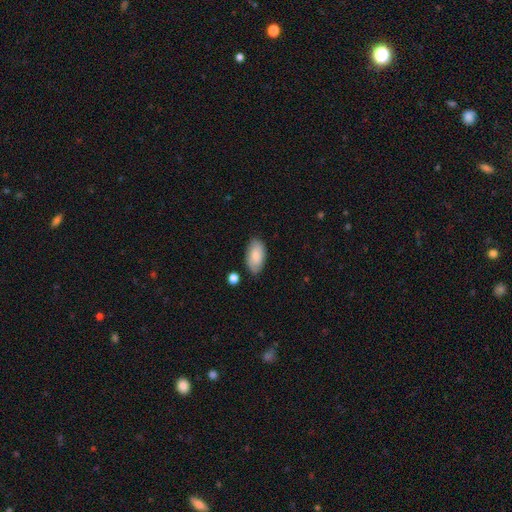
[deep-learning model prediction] Smooth or featured? smooth (79%)
How rounded? in between (94%)
Merging? none (79%)